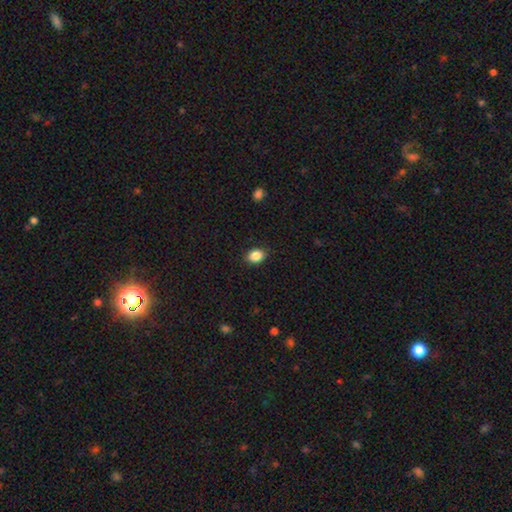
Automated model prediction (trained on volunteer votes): Q: Smooth or featured?
A: smooth (86%); runner-up: star or artifact (9%)
Q: How rounded?
A: in between (70%); runner-up: round (29%)
Q: Merging?
A: none (88%); runner-up: minor disturbance (9%)